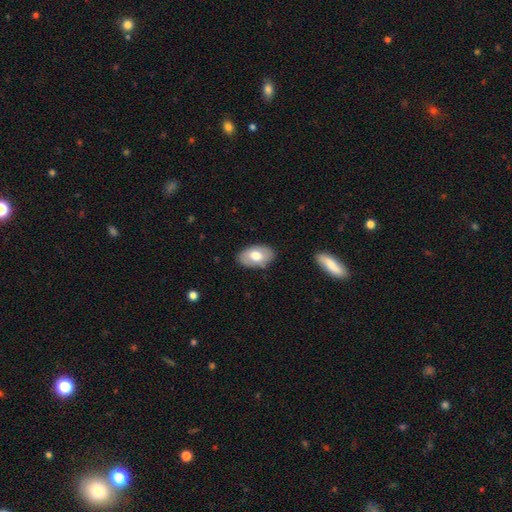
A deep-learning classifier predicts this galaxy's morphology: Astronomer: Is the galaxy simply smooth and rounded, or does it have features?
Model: smooth — 66%.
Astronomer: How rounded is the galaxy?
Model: in between — 92%.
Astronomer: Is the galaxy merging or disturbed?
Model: none — 83%.